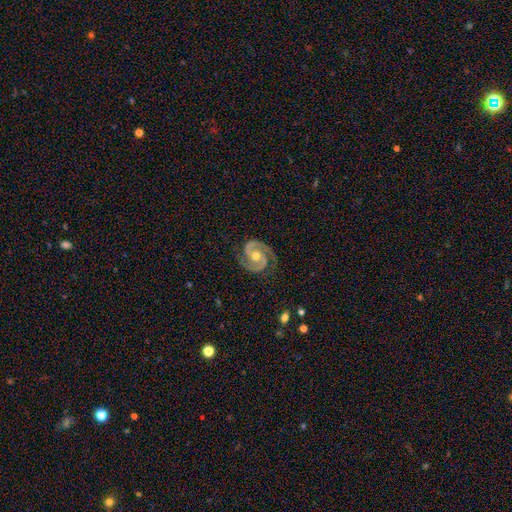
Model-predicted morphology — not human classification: Overall: featured or disk (93%). Edge-on disk: no (98%). Bar: no (66%). Spiral arms: yes (99%). Spiral arm count: 2 (94%). Spiral winding: tight (49%; medium 45%). Bulge size: moderate (68%). Merging: none (83%).